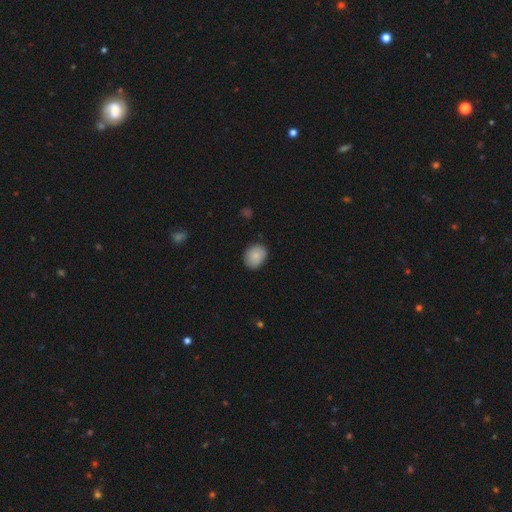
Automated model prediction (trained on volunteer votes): Q: Smooth or featured?
A: smooth (86%); runner-up: star or artifact (7%)
Q: How rounded?
A: in between (50%); runner-up: round (49%)
Q: Merging?
A: none (83%); runner-up: minor disturbance (13%)